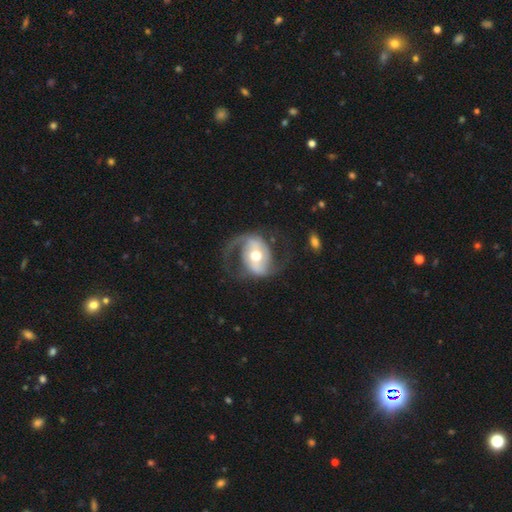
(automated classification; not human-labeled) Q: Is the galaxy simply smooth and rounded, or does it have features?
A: featured or disk — 86%.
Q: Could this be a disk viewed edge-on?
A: no — 97%.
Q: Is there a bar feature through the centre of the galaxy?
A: no — 38%.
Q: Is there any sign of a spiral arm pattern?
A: yes — 94%.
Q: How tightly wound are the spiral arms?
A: medium — 45%.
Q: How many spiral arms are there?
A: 2 — 85%.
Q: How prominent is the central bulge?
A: moderate — 72%.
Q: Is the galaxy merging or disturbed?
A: none — 63%.